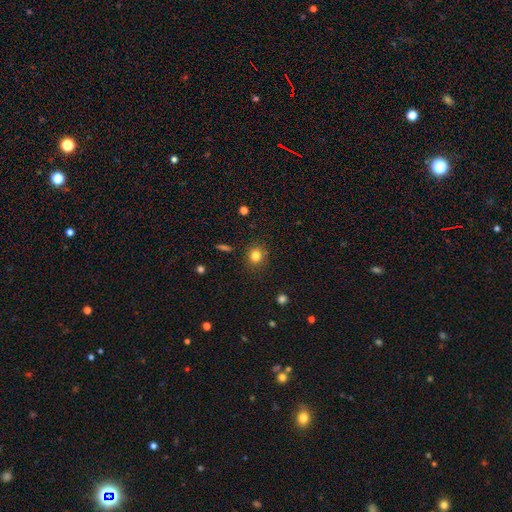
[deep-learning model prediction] Smooth or featured?
  - smooth: 82% *
  - star or artifact: 12%
  - featured or disk: 6%
How rounded?
  - round: 81% *
  - in between: 18%
  - cigar-shaped: 1%
Merging?
  - none: 87% *
  - minor disturbance: 9%
  - major disturbance: 3%
  - merger: 2%